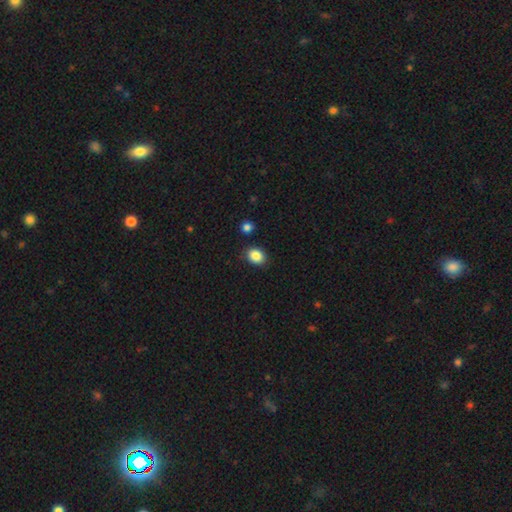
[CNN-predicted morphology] Smooth or featured: smooth — 87% (star or artifact — 9%)
How rounded: in between — 58% (round — 41%)
Merging: none — 86% (minor disturbance — 9%)